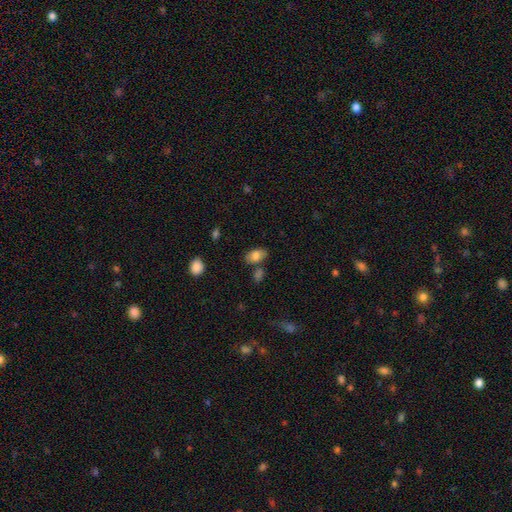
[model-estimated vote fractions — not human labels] smooth 79%, featured or disk 13%, star or artifact 8%. Down the decision tree: how rounded — in between (90%); merging — none (71%).